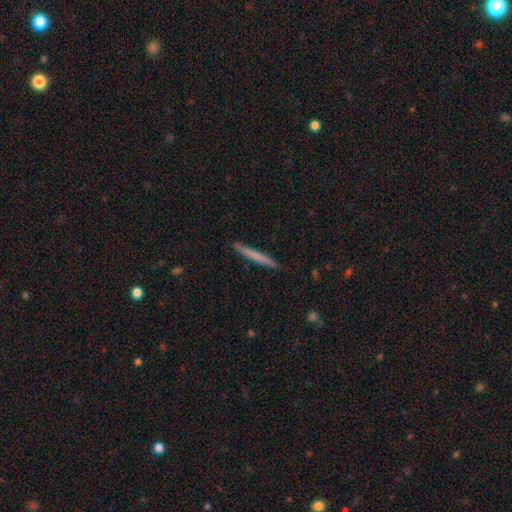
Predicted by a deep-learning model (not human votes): The model was most divided on "smooth or featured": smooth: 66%, featured or disk: 29%, star or artifact: 5%. More confident: how rounded — cigar-shaped (97%); merging — none (91%).